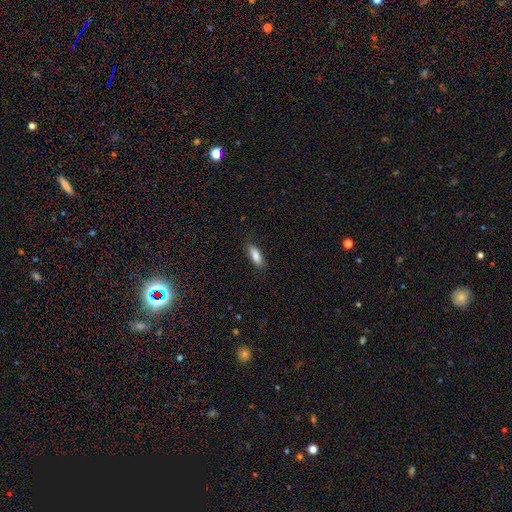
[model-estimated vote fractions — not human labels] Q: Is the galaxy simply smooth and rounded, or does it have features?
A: smooth — 87%.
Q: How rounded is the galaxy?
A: in between — 70%.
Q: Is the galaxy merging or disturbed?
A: none — 85%.